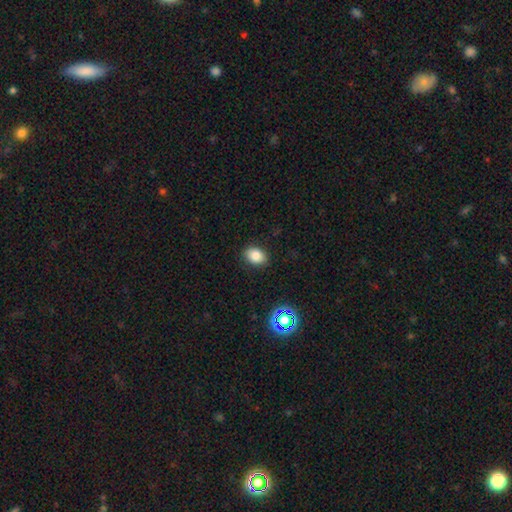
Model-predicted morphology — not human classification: Overall: smooth (82%). How rounded: in between (72%). Merging: none (88%).